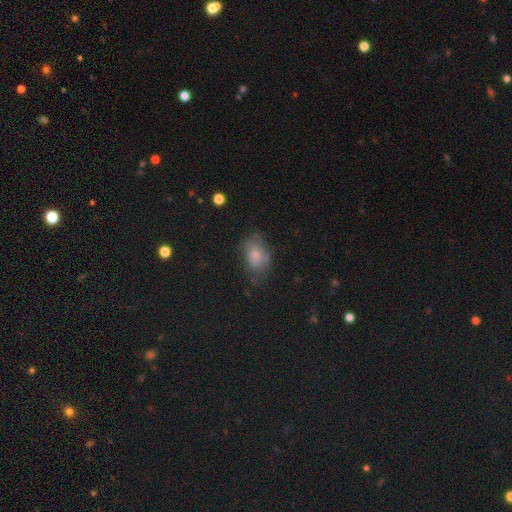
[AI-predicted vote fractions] The model was most divided on "merging": none: 47%, minor disturbance: 31%, major disturbance: 19%, merger: 3%. More confident: how rounded — in between (81%); smooth or featured — smooth (72%).